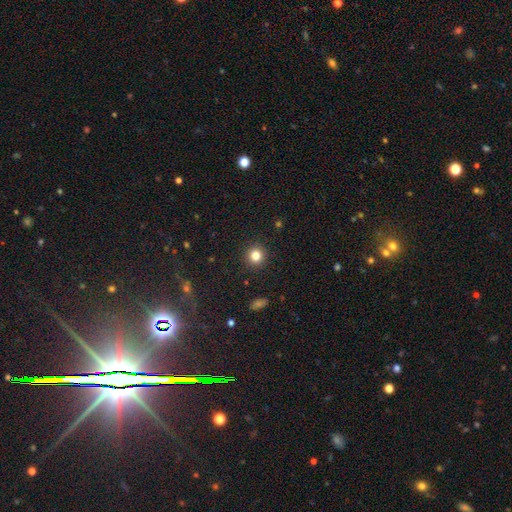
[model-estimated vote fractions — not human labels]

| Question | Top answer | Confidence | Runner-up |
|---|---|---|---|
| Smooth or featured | smooth | 82% | star or artifact (13%) |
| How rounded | round | 93% | in between (6%) |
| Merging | none | 92% | minor disturbance (5%) |